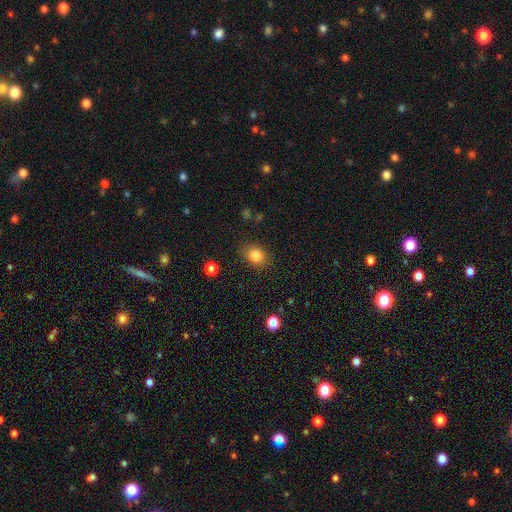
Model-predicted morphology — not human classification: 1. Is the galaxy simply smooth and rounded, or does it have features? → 83% smooth, 11% star or artifact, 7% featured or disk.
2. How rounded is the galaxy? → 52% in between, 47% round, 1% cigar-shaped.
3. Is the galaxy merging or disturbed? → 81% none, 14% minor disturbance, 4% major disturbance, 1% merger.